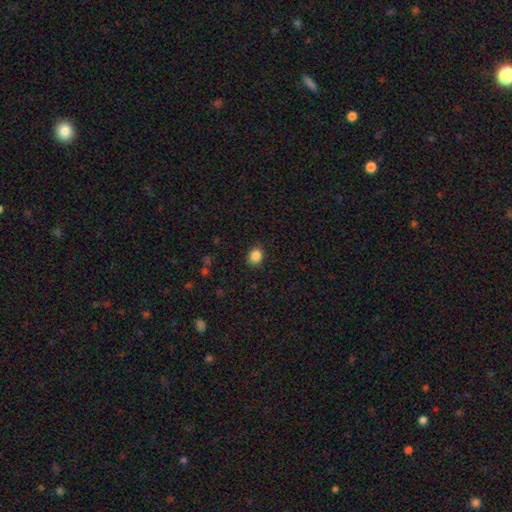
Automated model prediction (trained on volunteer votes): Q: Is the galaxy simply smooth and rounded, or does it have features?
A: smooth — 86%.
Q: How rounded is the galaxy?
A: round — 63%.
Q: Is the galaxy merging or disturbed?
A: none — 87%.